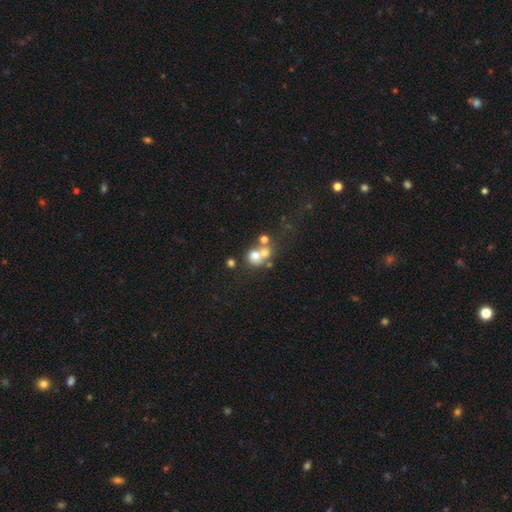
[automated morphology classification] This is likely a smooth galaxy (61%). How rounded: likely round (76%). Merging: possibly merger (54%).